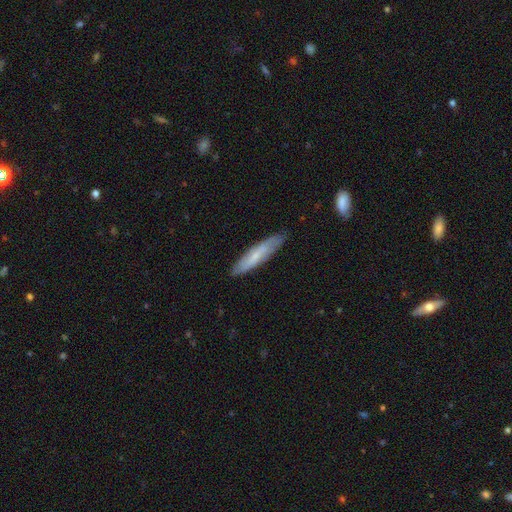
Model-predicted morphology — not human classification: Smooth or featured: smooth — 56% (featured or disk — 38%)
How rounded: cigar-shaped — 80% (in between — 18%)
Merging: none — 81% (minor disturbance — 15%)